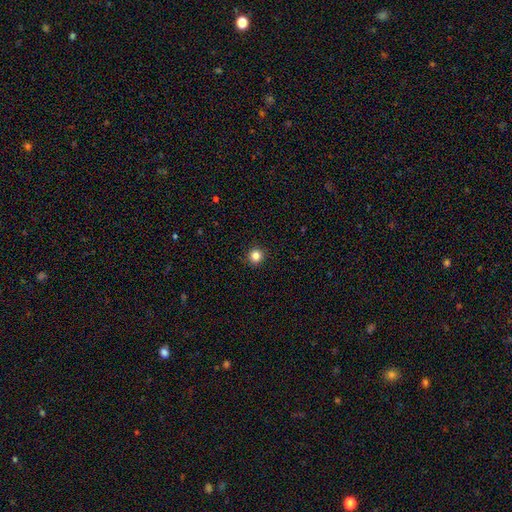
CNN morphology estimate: Smooth or featured? Predicted: smooth (p=0.84). How rounded? Predicted: round (p=0.94). Merging? Predicted: none (p=0.92).